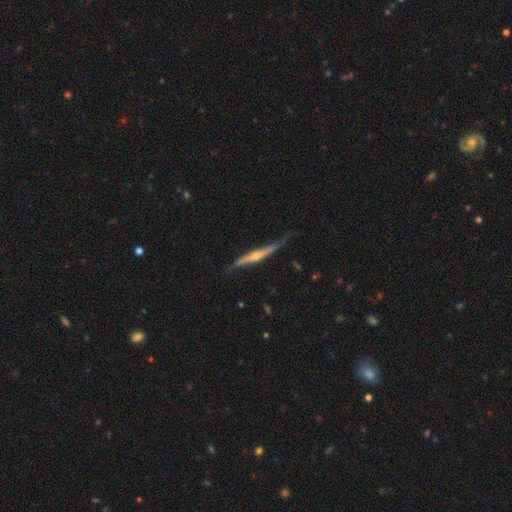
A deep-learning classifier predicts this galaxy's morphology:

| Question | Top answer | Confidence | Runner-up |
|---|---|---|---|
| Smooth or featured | featured or disk | 76% | smooth (19%) |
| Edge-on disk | yes | 93% | no (7%) |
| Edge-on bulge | rounded | 81% | none (14%) |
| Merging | none | 62% | minor disturbance (28%) |